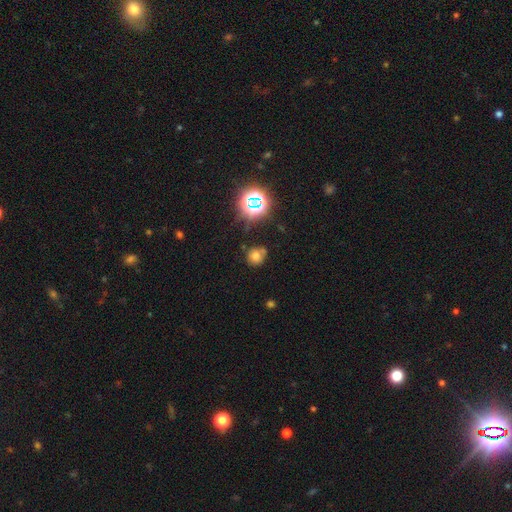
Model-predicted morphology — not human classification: Smooth or featured? smooth (64%)
How rounded? round (84%)
Merging? none (64%)